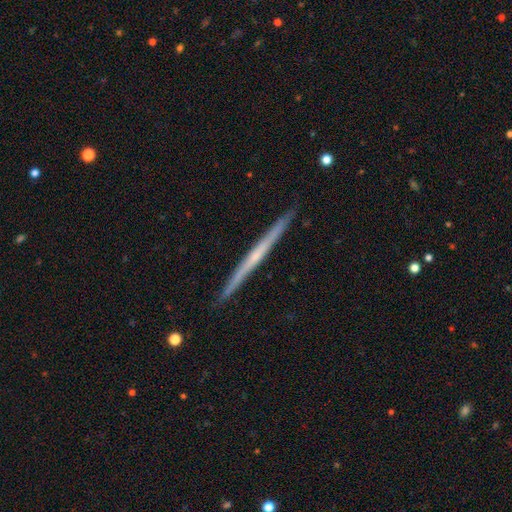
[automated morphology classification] featured or disk 68%, smooth 27%, star or artifact 6%. Down the decision tree: edge-on disk — yes (98%); edge-on bulge — none (69%); merging — none (92%).